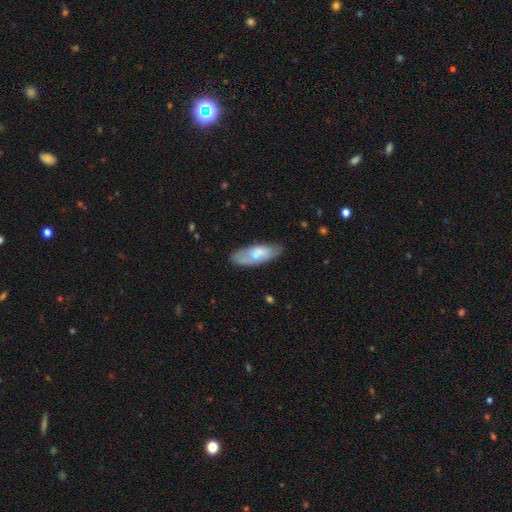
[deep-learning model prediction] The model was most divided on "smooth or featured": smooth: 60%, featured or disk: 34%, star or artifact: 6%. More confident: how rounded — in between (77%); merging — none (68%).